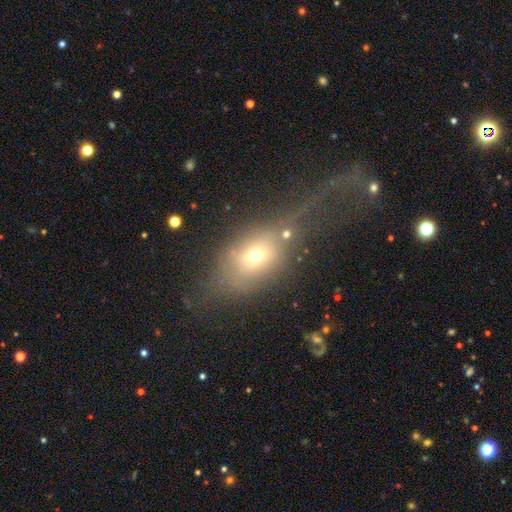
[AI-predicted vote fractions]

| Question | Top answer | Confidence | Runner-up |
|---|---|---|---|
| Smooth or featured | smooth | 59% | featured or disk (25%) |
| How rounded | in between | 68% | round (28%) |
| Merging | major disturbance | 42% | none (29%) |